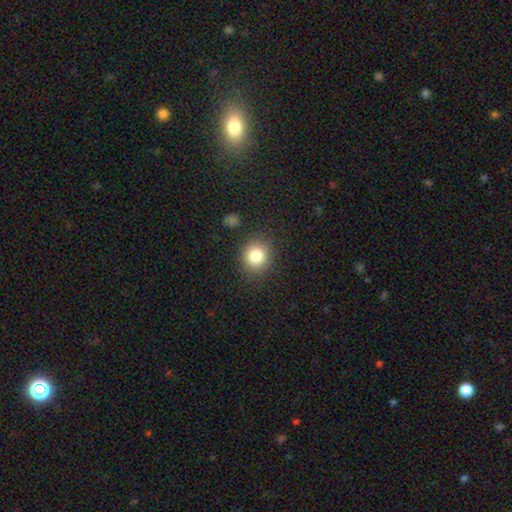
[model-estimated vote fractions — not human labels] Smooth or featured? Predicted: smooth (p=0.82). How rounded? Predicted: round (p=0.81). Merging? Predicted: none (p=0.86).